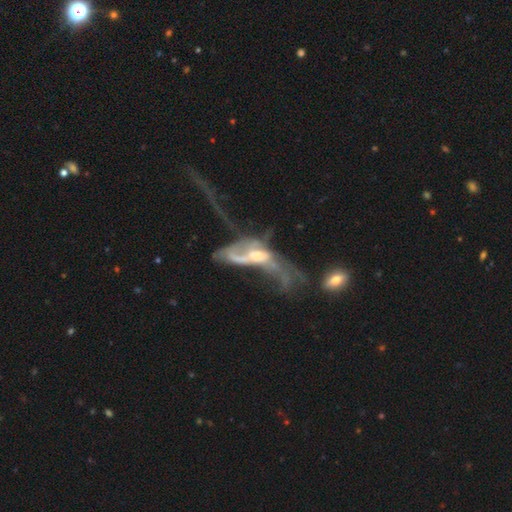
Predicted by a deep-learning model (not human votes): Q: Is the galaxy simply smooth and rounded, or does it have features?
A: featured or disk — 76%.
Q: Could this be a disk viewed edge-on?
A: no — 85%.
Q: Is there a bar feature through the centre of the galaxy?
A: no — 56%.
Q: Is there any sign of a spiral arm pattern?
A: yes — 63%.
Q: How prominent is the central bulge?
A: moderate — 54%.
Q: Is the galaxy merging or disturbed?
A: major disturbance — 51%.